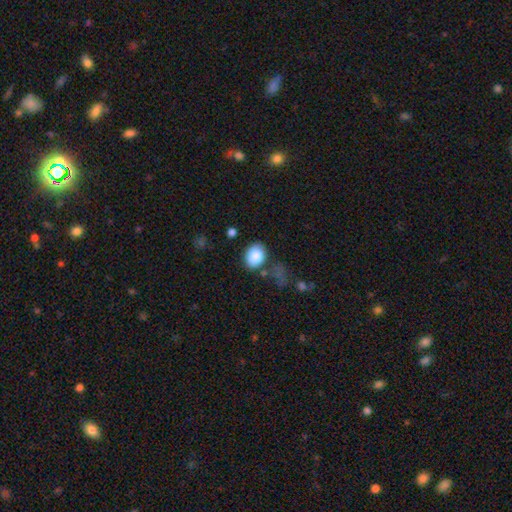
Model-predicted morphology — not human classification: smooth-or-featured: smooth: 84% | featured or disk: 8% | star or artifact: 8%
  how-rounded: in between: 67% | round: 32% | cigar-shaped: 1%
  merging: none: 73% | minor disturbance: 16% | merger: 6% | major disturbance: 5%